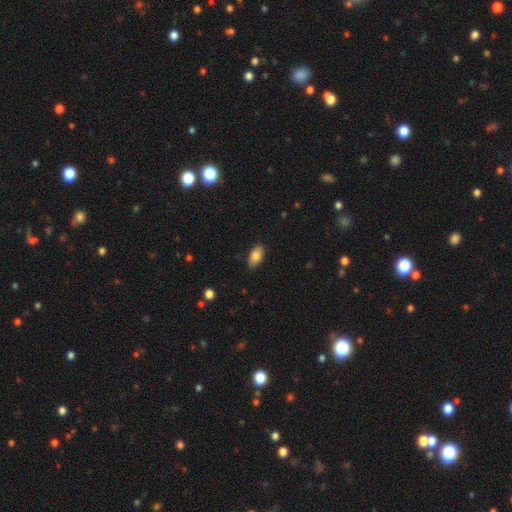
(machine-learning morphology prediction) smooth 80%, featured or disk 13%, star or artifact 7%. Down the decision tree: how rounded — in between (92%); merging — none (82%).